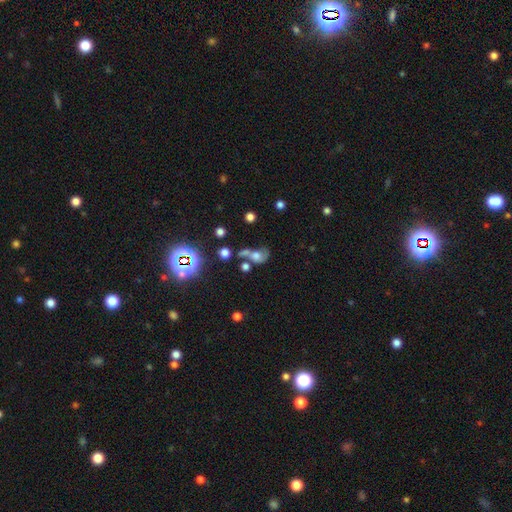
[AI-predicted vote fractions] The model was most divided on "merging": merger: 39%, none: 23%, major disturbance: 23%, minor disturbance: 14%. Remaining: smooth or featured — smooth (48%).